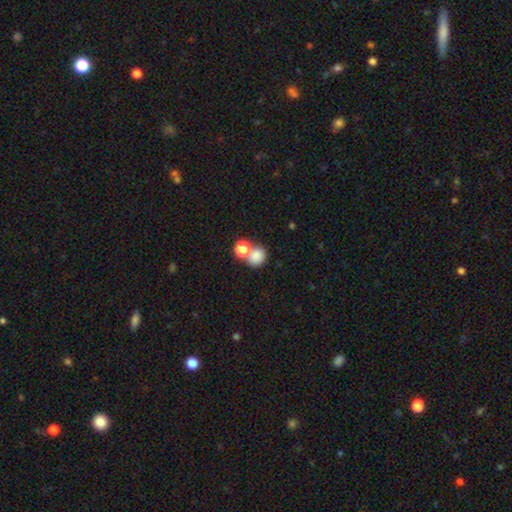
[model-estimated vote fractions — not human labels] This is clearly a smooth galaxy (80%). How rounded: likely round (70%). Merging: possibly merger (47%).